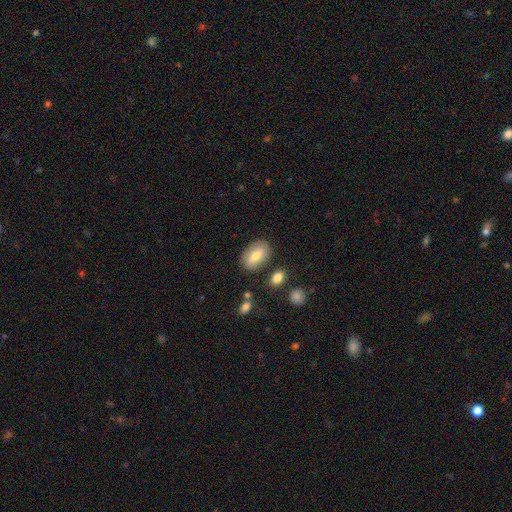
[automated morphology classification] type=smooth (70%); roundness=in between (87%); merging=none (79%).